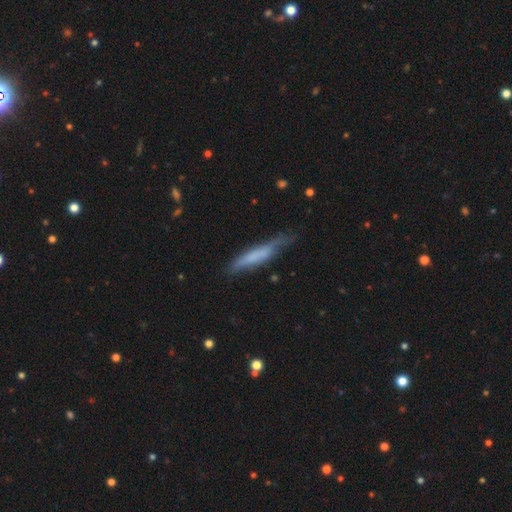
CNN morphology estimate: smooth-or-featured: smooth: 58% | featured or disk: 35% | star or artifact: 7%
  how-rounded: cigar-shaped: 89% | in between: 9% | round: 2%
  merging: none: 57% | minor disturbance: 31% | major disturbance: 9% | merger: 3%